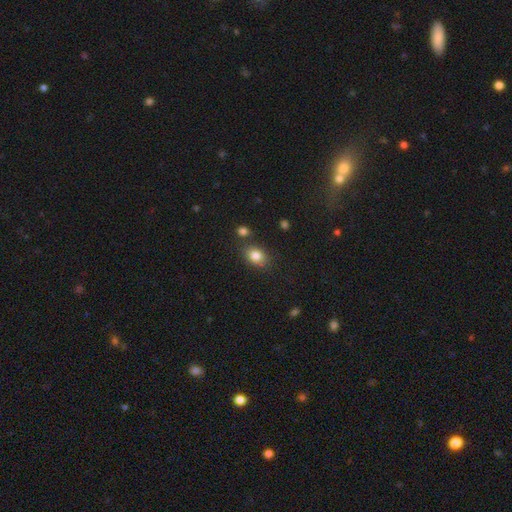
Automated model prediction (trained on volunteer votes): The model was most divided on "how rounded": in between: 68%, round: 31%, cigar-shaped: 1%. More confident: smooth or featured — smooth (82%); merging — none (74%).